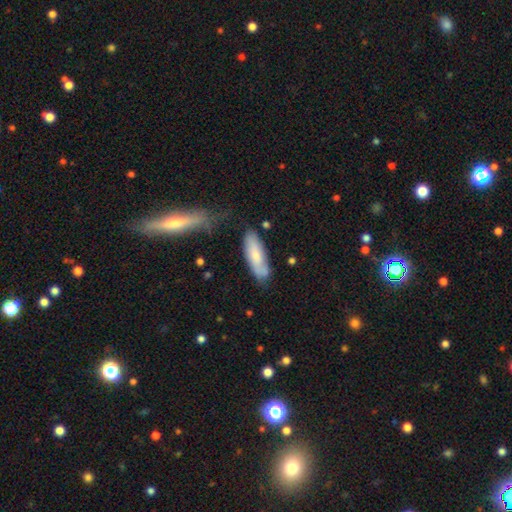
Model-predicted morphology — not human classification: Q: Smooth or featured?
A: smooth (68%); runner-up: featured or disk (26%)
Q: How rounded?
A: in between (57%); runner-up: cigar-shaped (41%)
Q: Merging?
A: none (63%); runner-up: minor disturbance (23%)